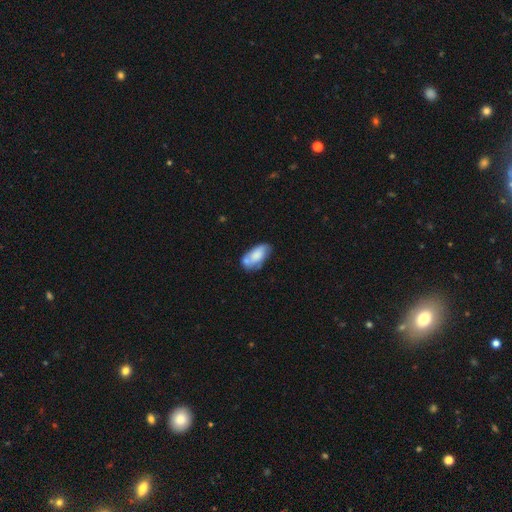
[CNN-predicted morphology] Smooth or featured?
  - smooth: 68% *
  - featured or disk: 25%
  - star or artifact: 7%
How rounded?
  - in between: 91% *
  - cigar-shaped: 6%
  - round: 3%
Merging?
  - none: 46% *
  - minor disturbance: 25%
  - merger: 21%
  - major disturbance: 8%